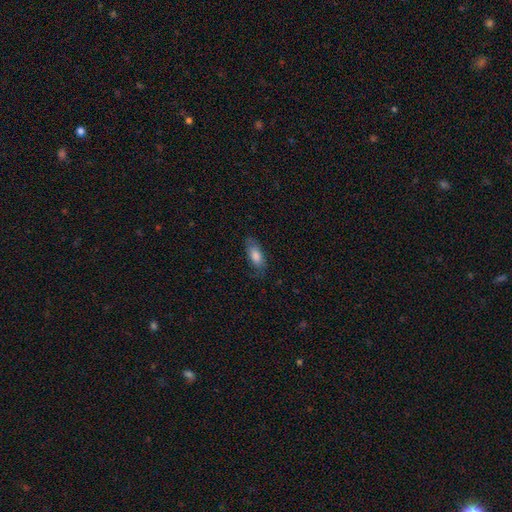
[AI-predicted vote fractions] This appears to be a smooth galaxy with no disk features (79%) that is in between round and cigar-shaped (84%). Merging: none (72%).